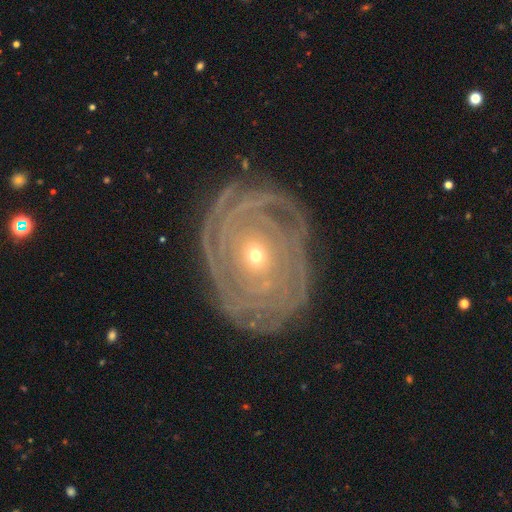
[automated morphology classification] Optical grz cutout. It shows a featured or disk galaxy (85%) with no bar (83%), tight (84%) spiral arms (90%) and a small central bulge (72%). Merging: none (76%).